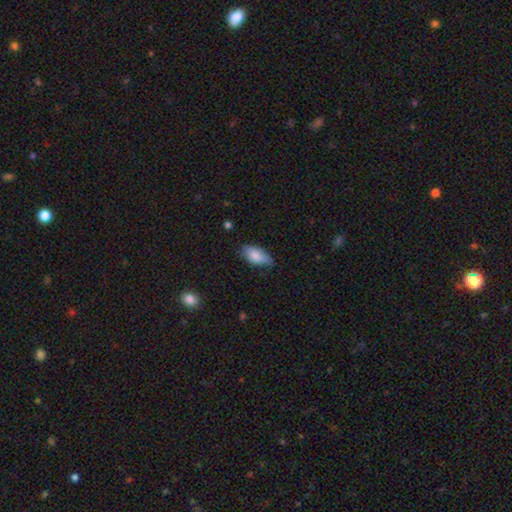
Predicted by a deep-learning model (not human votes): smooth_or_featured: smooth (p=0.80) [alt: featured or disk p=0.14]
how_rounded: in between (p=0.87) [alt: cigar-shaped p=0.11]
merging: none (p=0.68) [alt: minor disturbance p=0.27]